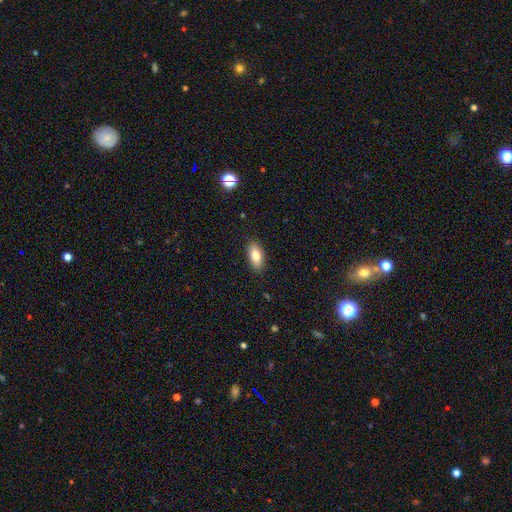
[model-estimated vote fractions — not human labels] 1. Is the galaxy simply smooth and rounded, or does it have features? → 81% smooth, 12% featured or disk, 7% star or artifact.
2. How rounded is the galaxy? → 87% in between, 9% cigar-shaped, 3% round.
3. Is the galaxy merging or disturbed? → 88% none, 9% minor disturbance, 2% major disturbance, 1% merger.